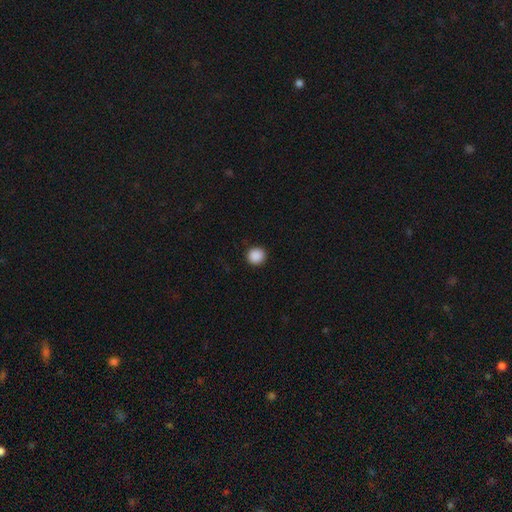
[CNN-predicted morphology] This appears to be a smooth galaxy with no disk features (89%) that is round (93%). Merging: none (92%).